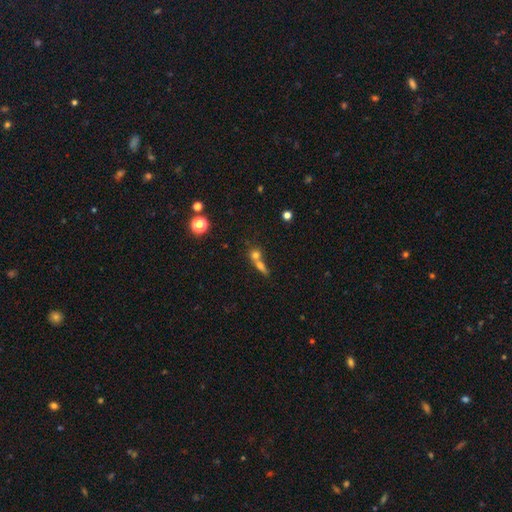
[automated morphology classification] Smooth or featured: smooth — 64% (featured or disk — 21%)
How rounded: round — 61% (in between — 24%)
Merging: merger — 55% (none — 34%)